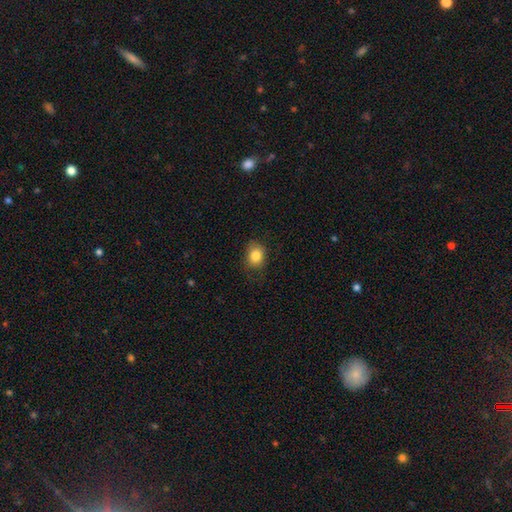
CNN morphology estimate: The model was most divided on "how rounded": round: 51%, in between: 48%, cigar-shaped: 1%. More confident: smooth or featured — smooth (84%); merging — none (76%).